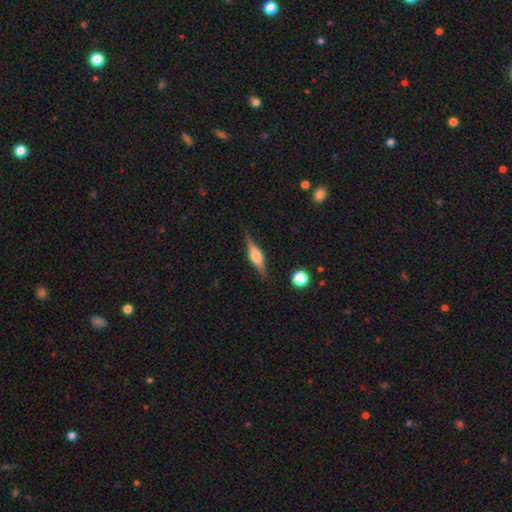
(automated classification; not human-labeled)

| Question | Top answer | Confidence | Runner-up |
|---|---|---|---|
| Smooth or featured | featured or disk | 67% | smooth (26%) |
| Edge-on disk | yes | 96% | no (4%) |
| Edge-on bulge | rounded | 83% | boxy (14%) |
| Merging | none | 86% | minor disturbance (10%) |